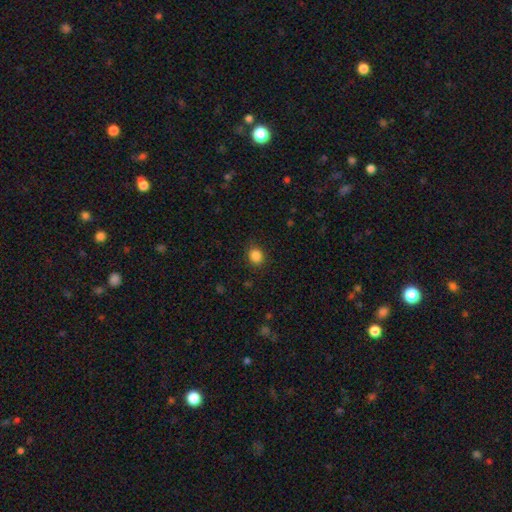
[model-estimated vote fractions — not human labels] Smooth or featured: smooth — 86% (star or artifact — 11%)
How rounded: round — 65% (in between — 34%)
Merging: none — 88% (minor disturbance — 8%)